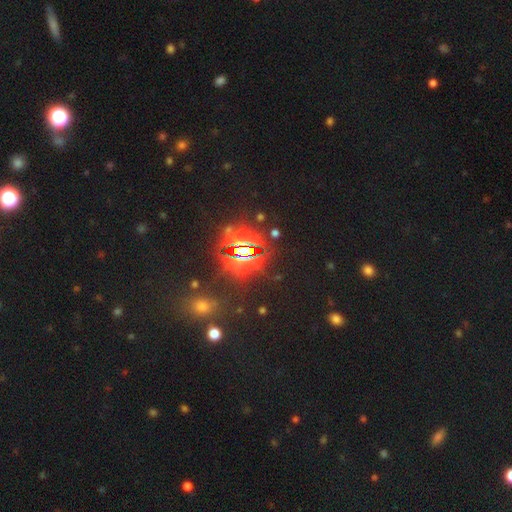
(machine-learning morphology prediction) The model was most divided on "smooth or featured": star or artifact: 81%, smooth: 13%, featured or disk: 6%.